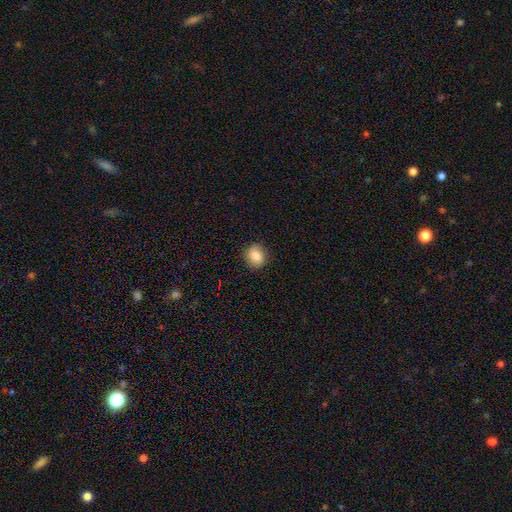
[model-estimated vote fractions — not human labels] This appears to be a smooth galaxy with no disk features (82%) that is round (59%). Merging: none (85%).